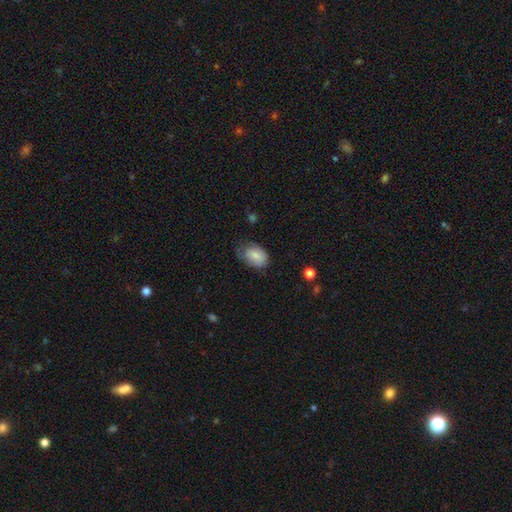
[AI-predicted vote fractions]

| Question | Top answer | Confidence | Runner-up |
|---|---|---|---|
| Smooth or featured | smooth | 79% | featured or disk (14%) |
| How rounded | in between | 87% | round (11%) |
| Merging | none | 58% | minor disturbance (32%) |